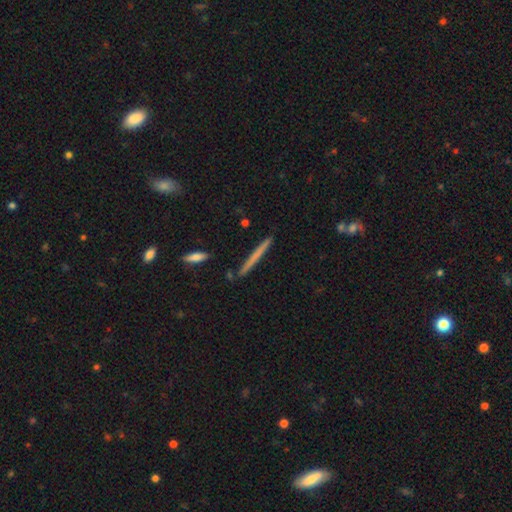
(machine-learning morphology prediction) A smooth galaxy with no disk features (57%) that is cigar-shaped (96%). Merging: none (90%).